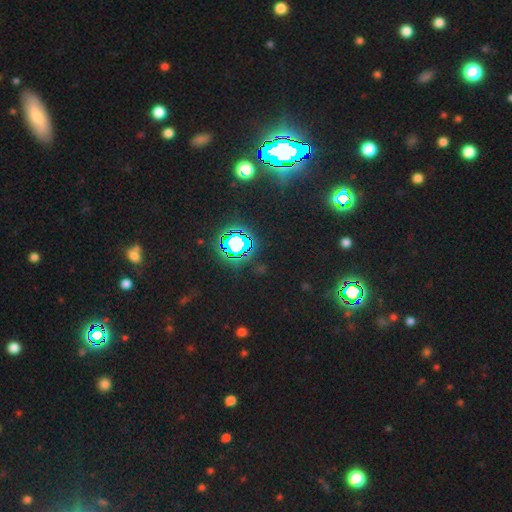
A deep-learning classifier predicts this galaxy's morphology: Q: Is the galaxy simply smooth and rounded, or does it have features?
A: star or artifact — 81%.